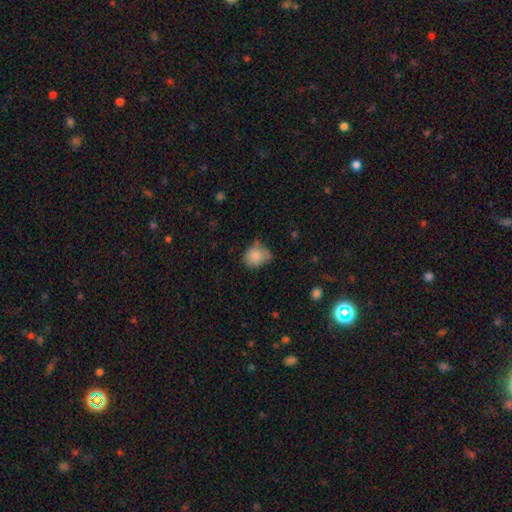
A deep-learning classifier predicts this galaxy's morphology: The model was most divided on "how rounded": round: 57%, in between: 42%, cigar-shaped: 1%. More confident: smooth or featured — smooth (81%); merging — none (51%).